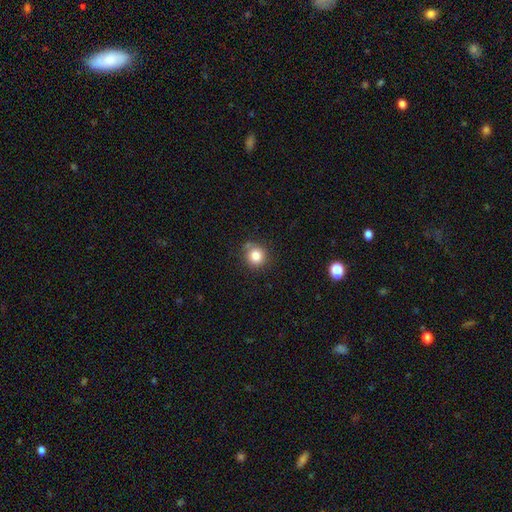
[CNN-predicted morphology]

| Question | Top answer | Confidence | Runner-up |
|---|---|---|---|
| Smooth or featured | smooth | 82% | star or artifact (11%) |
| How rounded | round | 89% | in between (10%) |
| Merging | none | 77% | minor disturbance (15%) |